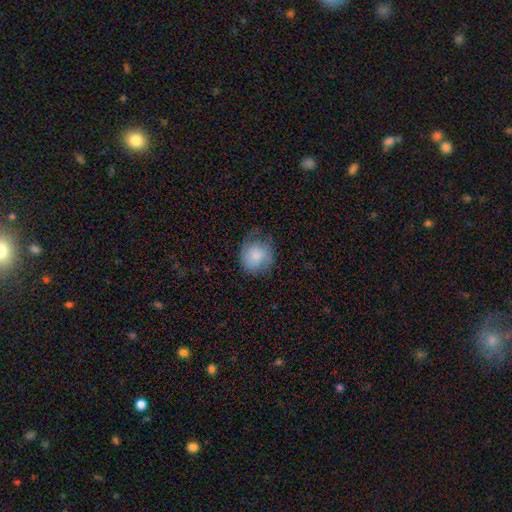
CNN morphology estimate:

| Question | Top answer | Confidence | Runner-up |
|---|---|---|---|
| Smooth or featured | smooth | 75% | featured or disk (18%) |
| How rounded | round | 75% | in between (24%) |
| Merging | none | 51% | minor disturbance (31%) |